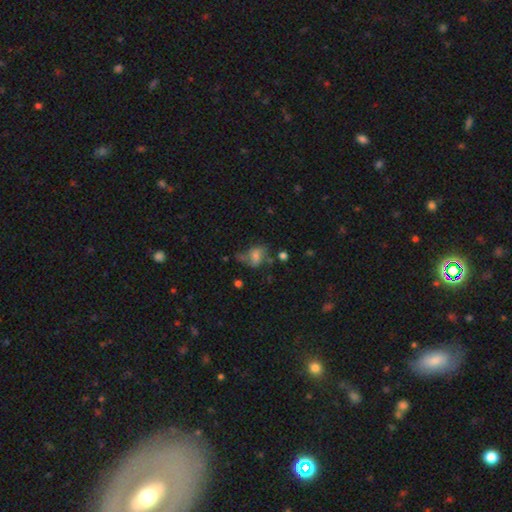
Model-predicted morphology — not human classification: Overall: smooth (49%; featured or disk 38%). Merging: none (33%; major disturbance 30%).